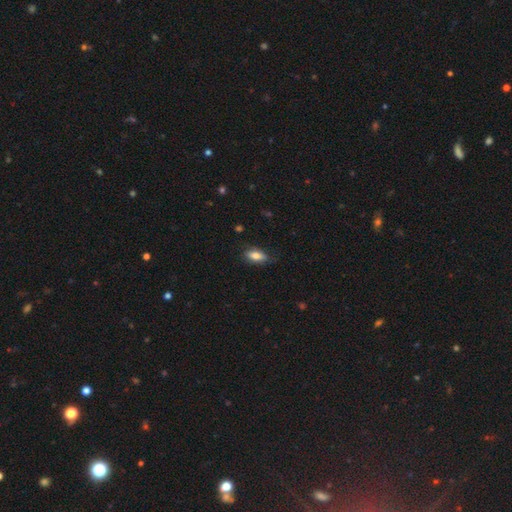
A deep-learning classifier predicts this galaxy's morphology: A smooth galaxy with no disk features (78%) that is in between round and cigar-shaped (80%).

Vote fractions:
- Smooth or featured? smooth: 78% / featured or disk: 15% / star or artifact: 7%
- How rounded? in between: 80% / cigar-shaped: 17% / round: 3%
- Merging? none: 72% / minor disturbance: 22% / major disturbance: 5% / merger: 1%